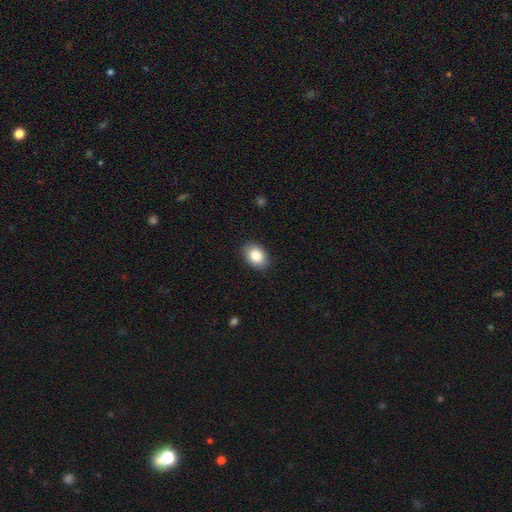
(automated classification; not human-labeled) Smooth or featured: smooth — 86% (star or artifact — 8%)
How rounded: in between — 73% (round — 26%)
Merging: none — 88% (minor disturbance — 9%)